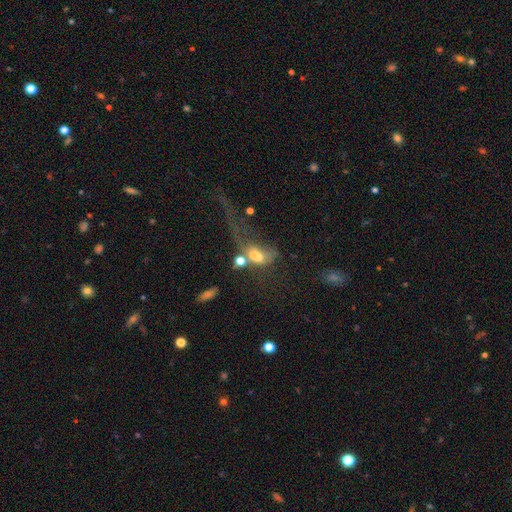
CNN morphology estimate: smooth_or_featured: smooth (p=0.49) [alt: featured or disk p=0.36]
merging: major disturbance (p=0.43) [alt: merger p=0.37]